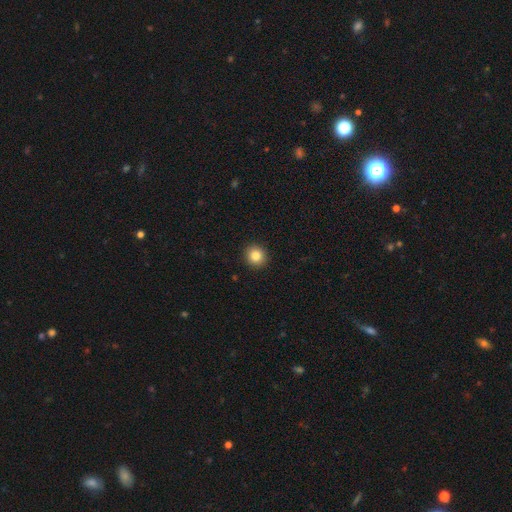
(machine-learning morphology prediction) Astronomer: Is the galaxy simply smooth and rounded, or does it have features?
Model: smooth — 84%.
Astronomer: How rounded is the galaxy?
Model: round — 91%.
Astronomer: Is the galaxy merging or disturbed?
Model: none — 93%.